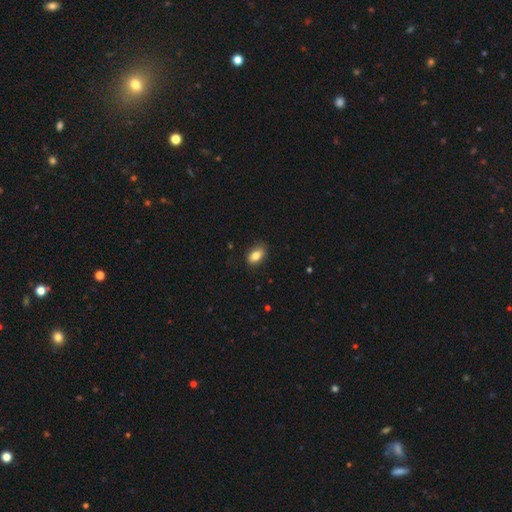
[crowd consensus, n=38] This is clearly a smooth galaxy (87%). How rounded: likely in between (79%). Merging: likely none (73%).